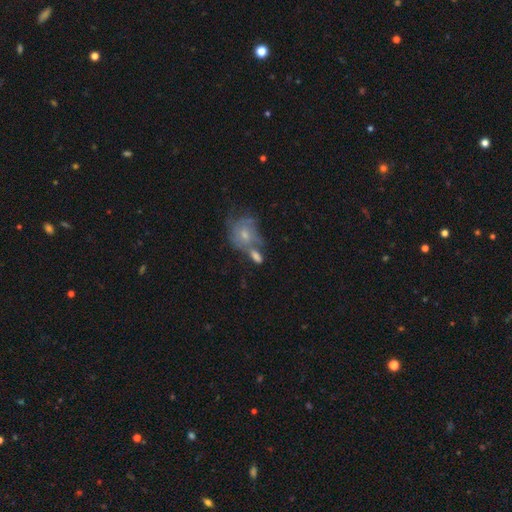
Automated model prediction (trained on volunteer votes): Overall: smooth (47%; featured or disk 41%). Merging: merger (43%; none 34%).